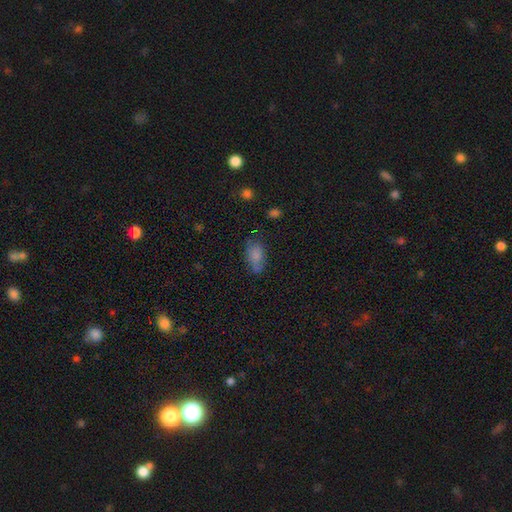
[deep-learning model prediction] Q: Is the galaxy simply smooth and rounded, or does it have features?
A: smooth — 80%.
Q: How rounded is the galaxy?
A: in between — 90%.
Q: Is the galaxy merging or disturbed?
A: none — 60%.